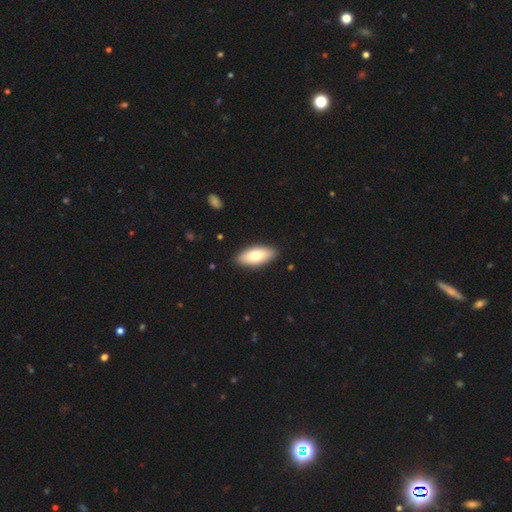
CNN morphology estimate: Smooth or featured?
  - smooth: 75% *
  - featured or disk: 19%
  - star or artifact: 6%
How rounded?
  - in between: 86% *
  - cigar-shaped: 12%
  - round: 2%
Merging?
  - none: 89% *
  - minor disturbance: 8%
  - major disturbance: 2%
  - merger: 1%